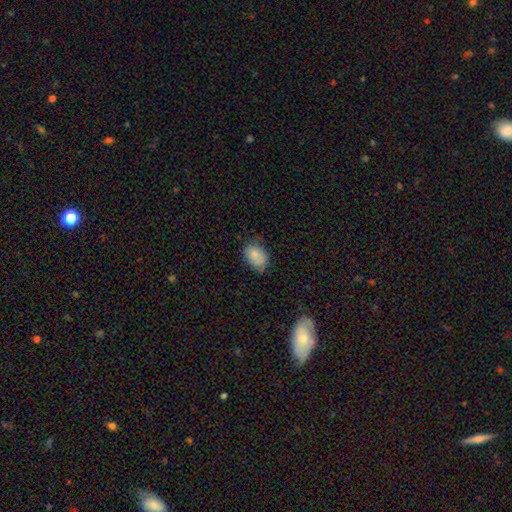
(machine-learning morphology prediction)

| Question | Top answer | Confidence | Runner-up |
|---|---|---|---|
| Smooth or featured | smooth | 83% | featured or disk (9%) |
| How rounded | in between | 80% | round (19%) |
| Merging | none | 66% | minor disturbance (27%) |